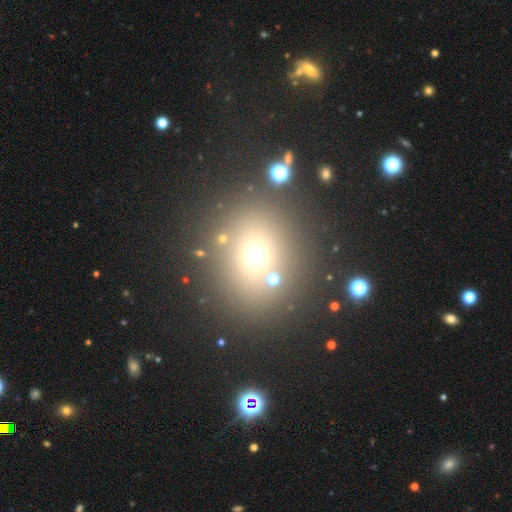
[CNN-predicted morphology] smooth_or_featured: smooth (p=0.60) [alt: star or artifact p=0.29]
how_rounded: round (p=0.79) [alt: in between p=0.19]
merging: none (p=0.81) [alt: minor disturbance p=0.08]